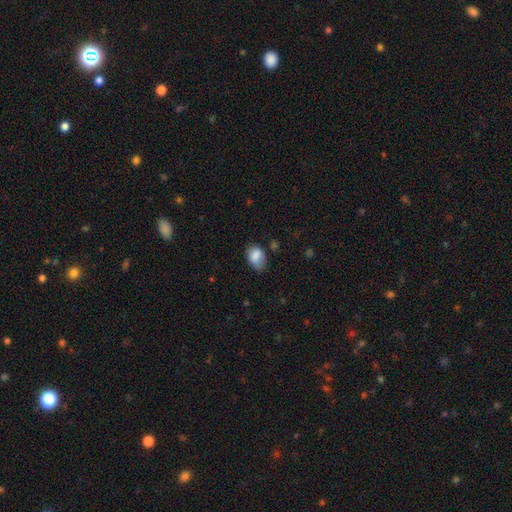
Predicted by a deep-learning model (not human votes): Smooth or featured? Predicted: smooth (p=0.82). How rounded? Predicted: in between (p=0.80). Merging? Predicted: none (p=0.54).